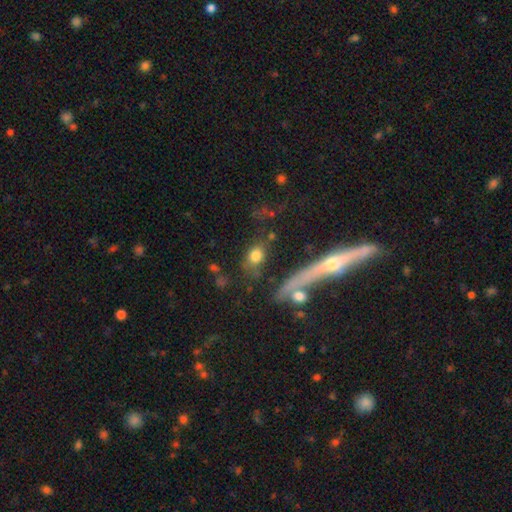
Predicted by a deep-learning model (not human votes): Smooth or featured? Predicted: smooth (p=0.74). How rounded? Predicted: in between (p=0.52). Merging? Predicted: none (p=0.62).